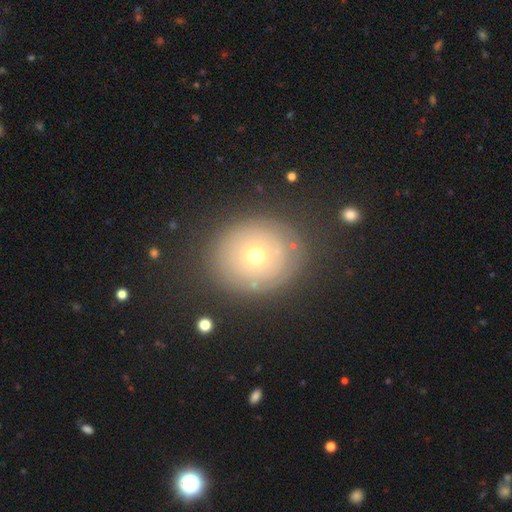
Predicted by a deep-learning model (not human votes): Overall: smooth (53%; featured or disk 33%). How rounded: round (72%). Merging: none (80%).